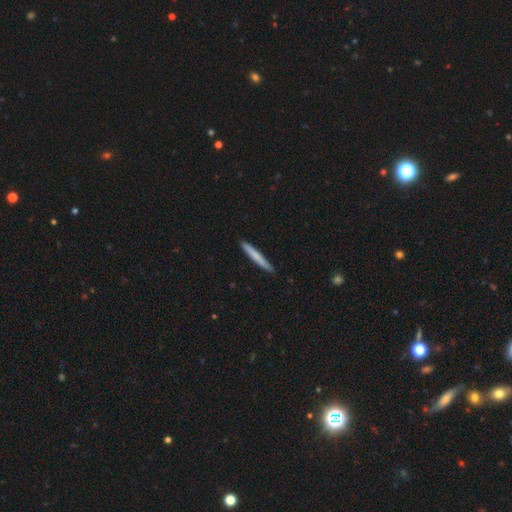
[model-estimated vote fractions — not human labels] Smooth or featured? smooth (71%)
How rounded? cigar-shaped (97%)
Merging? none (92%)